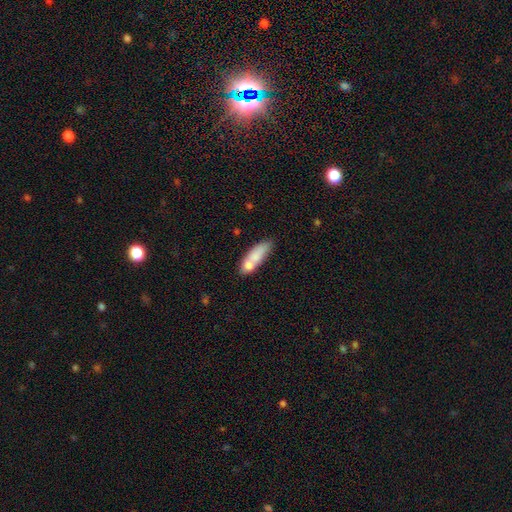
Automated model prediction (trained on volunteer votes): This appears to be a smooth galaxy with no disk features (74%) that is in between round and cigar-shaped (54%). Merging: none (47%).